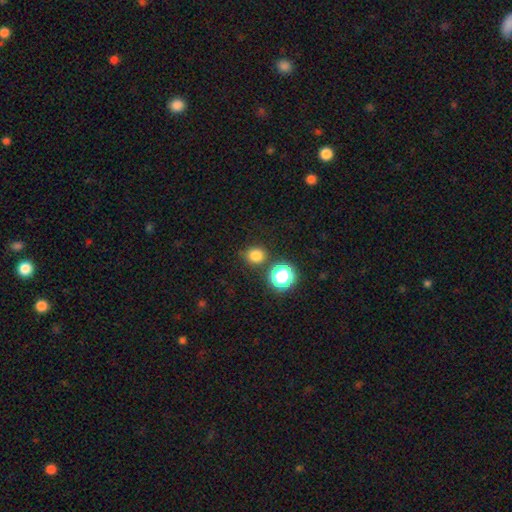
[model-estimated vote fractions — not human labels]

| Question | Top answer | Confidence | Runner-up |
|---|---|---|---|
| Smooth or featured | smooth | 79% | star or artifact (16%) |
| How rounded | round | 83% | in between (16%) |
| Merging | none | 81% | minor disturbance (9%) |